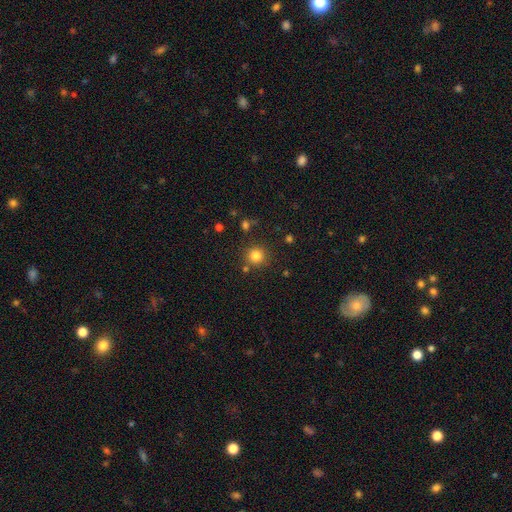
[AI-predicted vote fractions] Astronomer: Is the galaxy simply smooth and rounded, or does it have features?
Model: smooth — 82%.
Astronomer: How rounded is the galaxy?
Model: round — 93%.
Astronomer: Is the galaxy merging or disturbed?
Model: none — 84%.